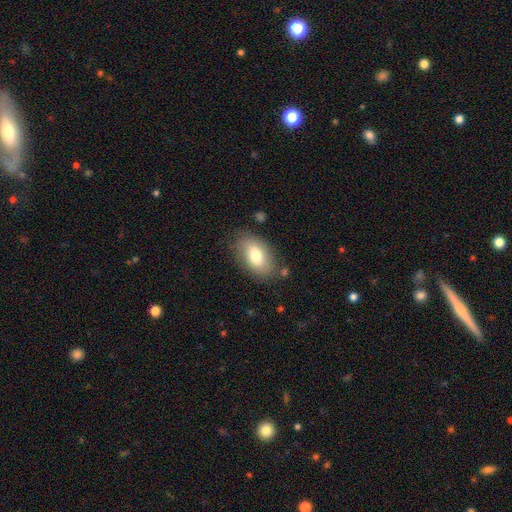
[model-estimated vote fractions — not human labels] Smooth or featured?
  - smooth: 75% *
  - featured or disk: 18%
  - star or artifact: 7%
How rounded?
  - in between: 92% *
  - round: 6%
  - cigar-shaped: 2%
Merging?
  - none: 77% *
  - minor disturbance: 15%
  - major disturbance: 5%
  - merger: 3%